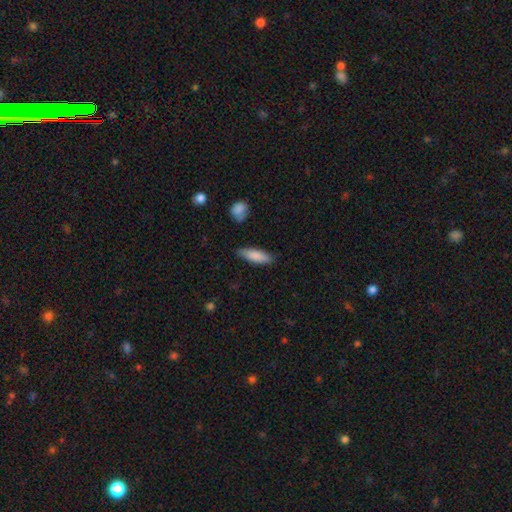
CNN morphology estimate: smooth_or_featured: smooth (p=0.84) [alt: featured or disk p=0.10]
how_rounded: in between (p=0.49) [tied with: cigar-shaped p=0.49]
merging: none (p=0.82) [alt: minor disturbance p=0.14]